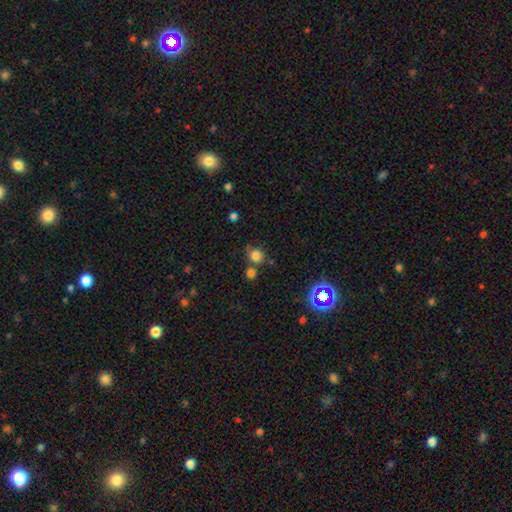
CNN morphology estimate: Overall: smooth (77%). How rounded: round (86%). Merging: none (65%).